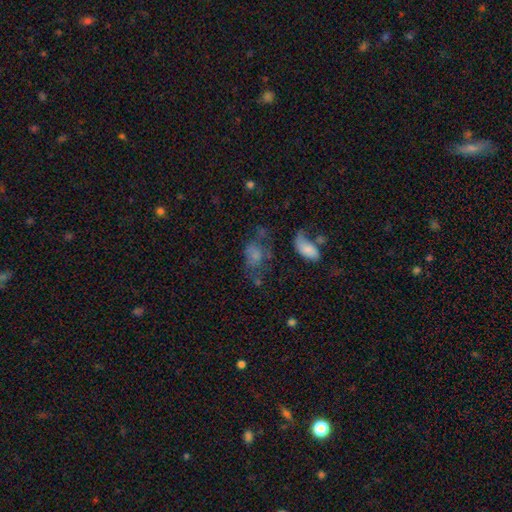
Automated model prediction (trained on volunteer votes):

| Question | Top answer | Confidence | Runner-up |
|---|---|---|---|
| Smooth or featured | smooth | 50% | featured or disk (29%) |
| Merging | none | 37% | major disturbance (27%) |